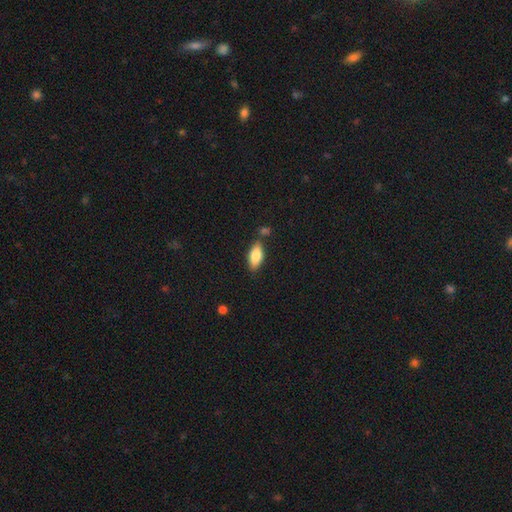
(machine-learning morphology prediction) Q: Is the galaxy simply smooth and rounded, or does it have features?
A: smooth — 79%.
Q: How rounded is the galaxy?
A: in between — 83%.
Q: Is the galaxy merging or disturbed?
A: none — 78%.